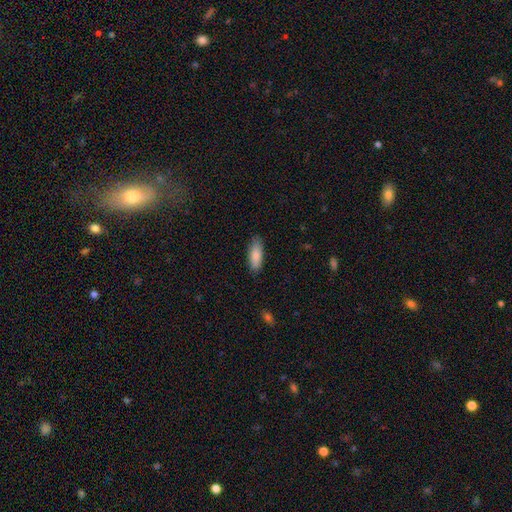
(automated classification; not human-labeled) Smooth or featured? smooth (85%)
How rounded? in between (68%)
Merging? none (85%)